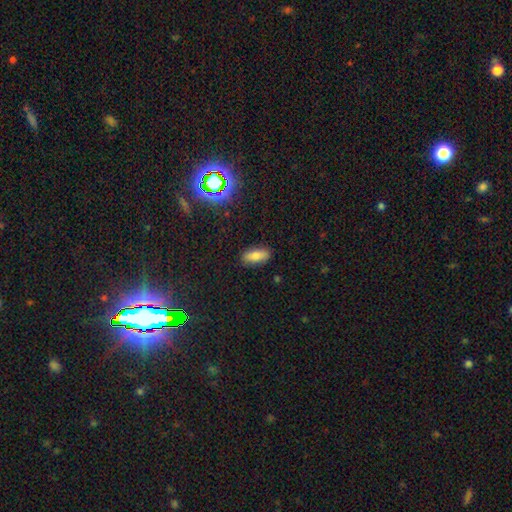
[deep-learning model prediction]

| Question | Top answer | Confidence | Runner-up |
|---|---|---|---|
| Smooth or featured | smooth | 79% | featured or disk (11%) |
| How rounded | in between | 80% | cigar-shaped (17%) |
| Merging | none | 87% | minor disturbance (9%) |